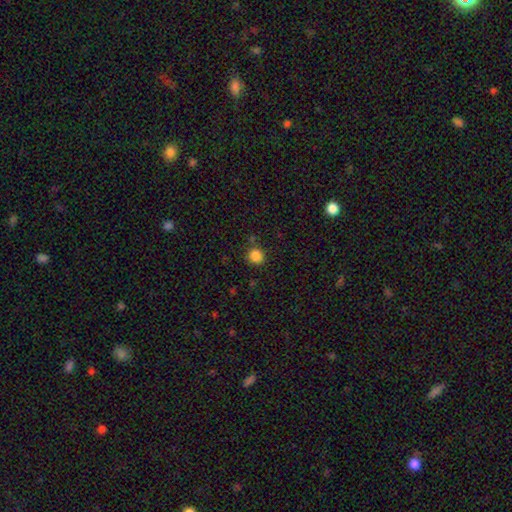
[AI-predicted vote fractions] smooth 85%, star or artifact 12%, featured or disk 3%. Down the decision tree: how rounded — round (87%); merging — none (82%).